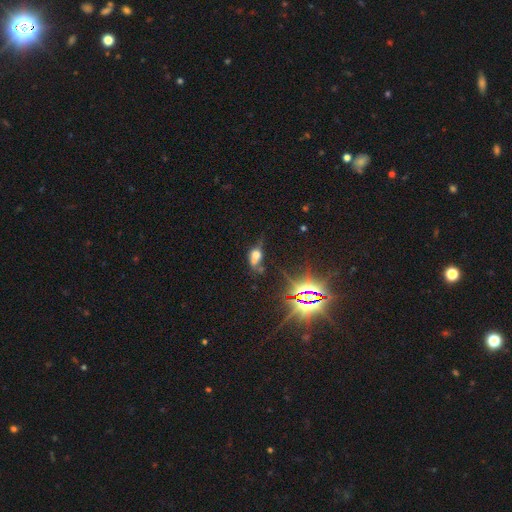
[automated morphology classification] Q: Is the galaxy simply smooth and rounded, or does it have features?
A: smooth — 45%.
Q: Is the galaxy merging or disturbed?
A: major disturbance — 30%.